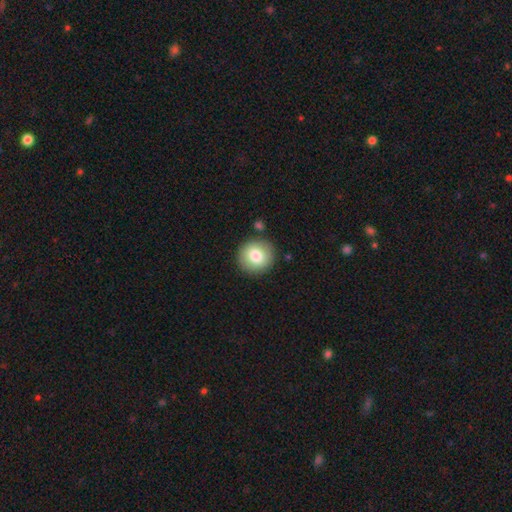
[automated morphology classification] This appears to be a smooth galaxy with no disk features (81%) that is round (92%). Merging: none (87%).